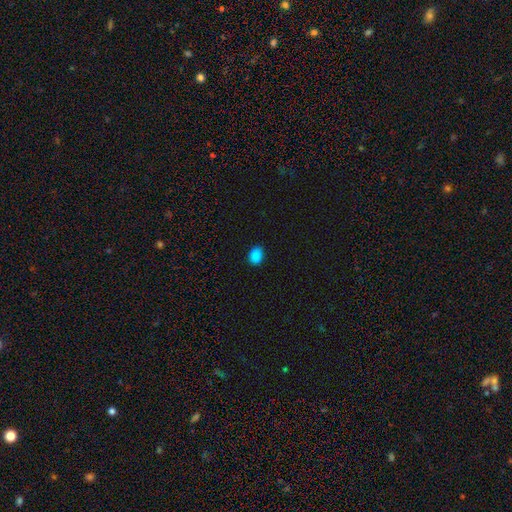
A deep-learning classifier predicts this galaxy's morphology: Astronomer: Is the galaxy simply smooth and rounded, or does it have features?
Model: smooth — 86%.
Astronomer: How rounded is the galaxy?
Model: in between — 72%.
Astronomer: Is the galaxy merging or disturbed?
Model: none — 88%.